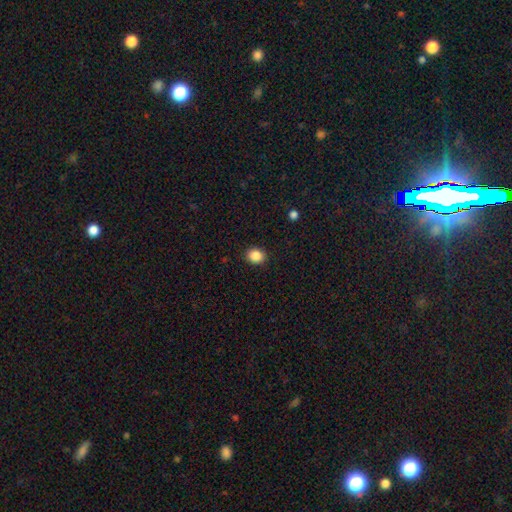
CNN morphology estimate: This is clearly a smooth galaxy (87%). How rounded: likely round (63%). Merging: clearly none (90%).